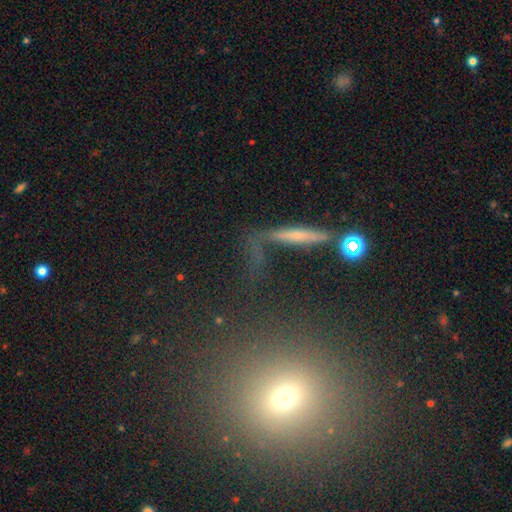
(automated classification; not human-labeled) This appears to be a smooth galaxy with no disk features (41%, tied with featured or disk). Merging: none (49%).